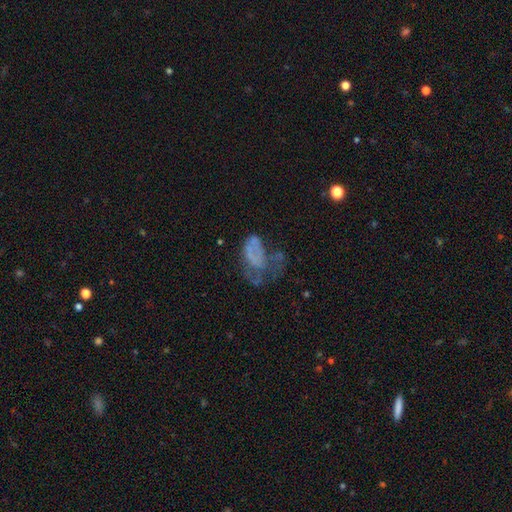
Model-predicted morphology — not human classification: This appears to be a featured or disk galaxy (51%). Merging: major disturbance (51%).